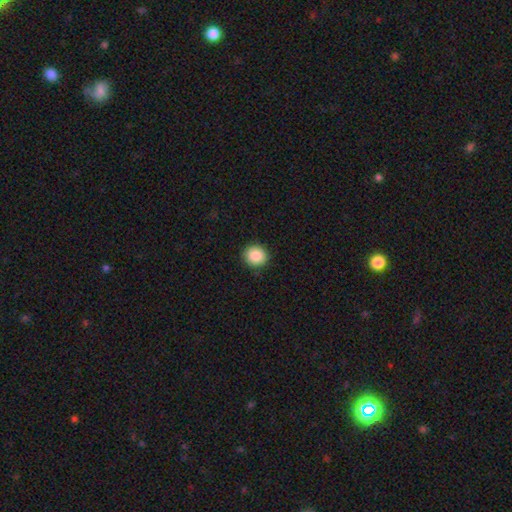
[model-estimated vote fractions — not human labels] This appears to be a smooth galaxy with no disk features (87%) that is round (89%). Merging: none (91%).